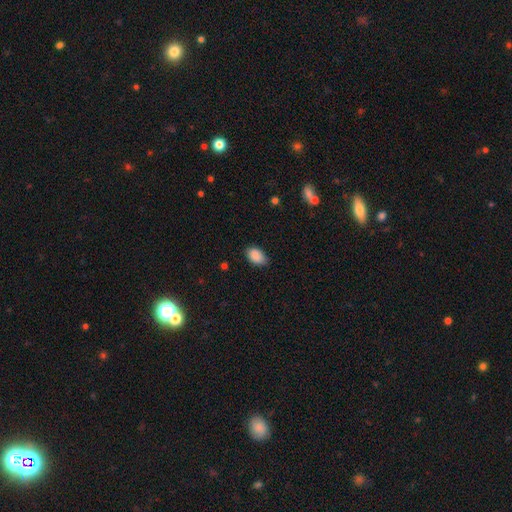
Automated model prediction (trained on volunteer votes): Smooth or featured?
  - smooth: 89% *
  - star or artifact: 7%
  - featured or disk: 4%
How rounded?
  - in between: 90% *
  - round: 9%
  - cigar-shaped: 1%
Merging?
  - none: 79% *
  - minor disturbance: 18%
  - major disturbance: 3%
  - merger: 1%